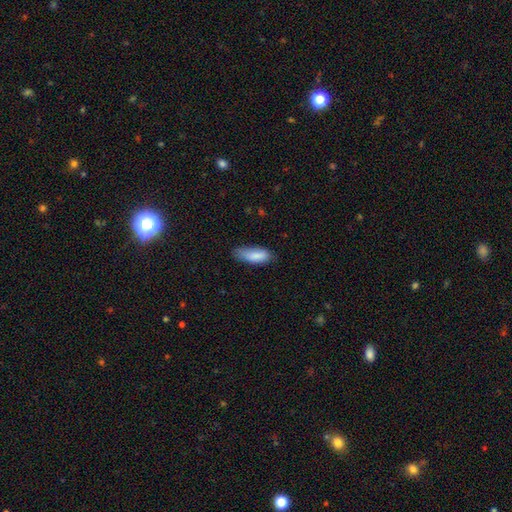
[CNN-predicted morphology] smooth-or-featured: smooth: 85% | featured or disk: 9% | star or artifact: 7%
  how-rounded: in between: 71% | cigar-shaped: 27% | round: 2%
  merging: none: 57% | minor disturbance: 34% | major disturbance: 7% | merger: 2%